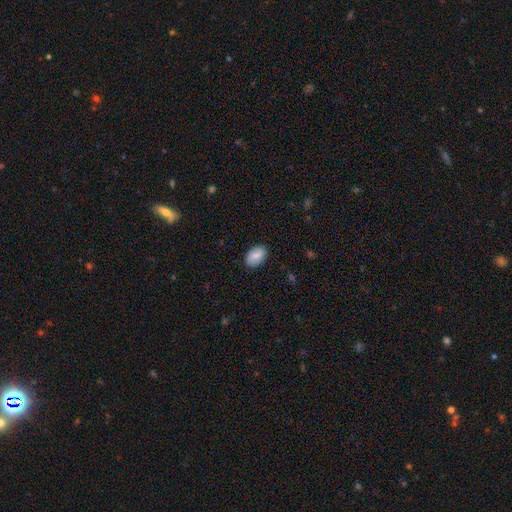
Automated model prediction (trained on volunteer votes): This appears to be a smooth galaxy with no disk features (82%) that is in between round and cigar-shaped (87%). Merging: none (87%).